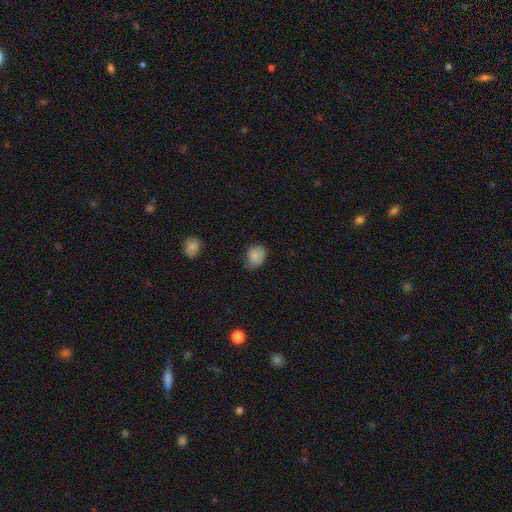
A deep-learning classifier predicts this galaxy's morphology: A smooth galaxy with no disk features (82%) that is in between round and cigar-shaped (52%). Merging: none (59%).